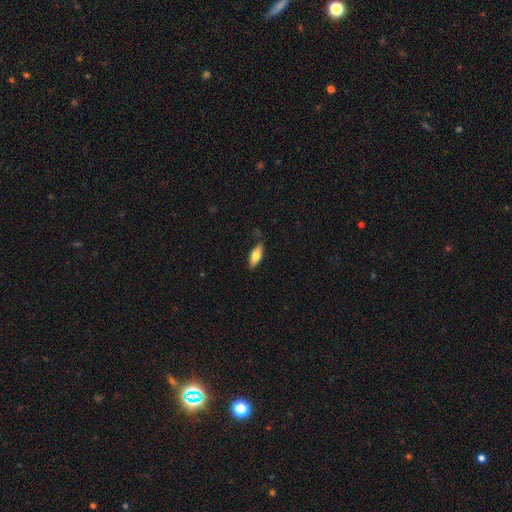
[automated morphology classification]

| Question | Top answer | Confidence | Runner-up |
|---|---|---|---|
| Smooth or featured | smooth | 72% | featured or disk (23%) |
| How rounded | in between | 73% | cigar-shaped (24%) |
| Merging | none | 76% | minor disturbance (18%) |